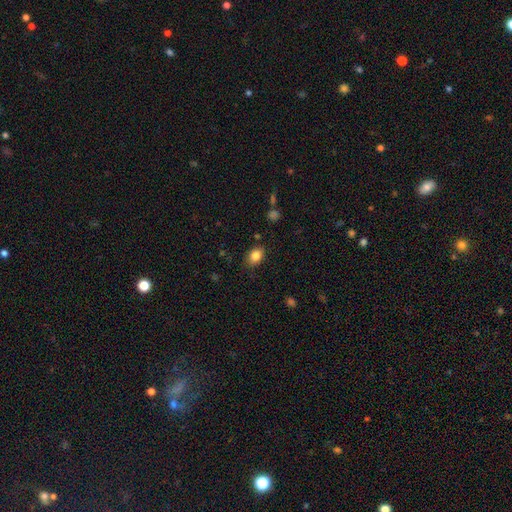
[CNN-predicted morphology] Smooth or featured?
  - smooth: 84% *
  - star or artifact: 9%
  - featured or disk: 7%
How rounded?
  - in between: 75% *
  - round: 24%
  - cigar-shaped: 1%
Merging?
  - none: 83% *
  - minor disturbance: 13%
  - major disturbance: 3%
  - merger: 2%